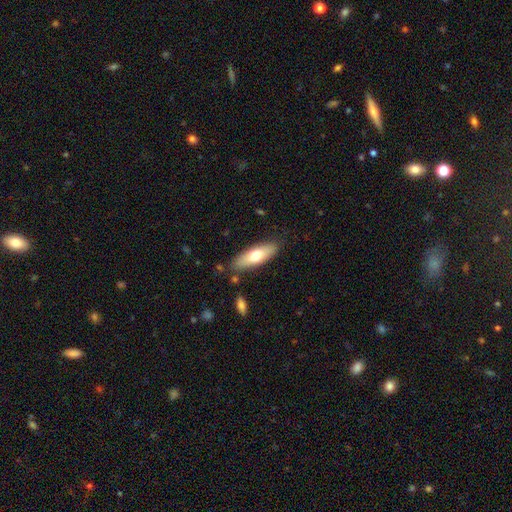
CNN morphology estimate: Smooth or featured: smooth — 65% (featured or disk — 29%)
How rounded: in between — 55% (cigar-shaped — 43%)
Merging: none — 83% (minor disturbance — 11%)